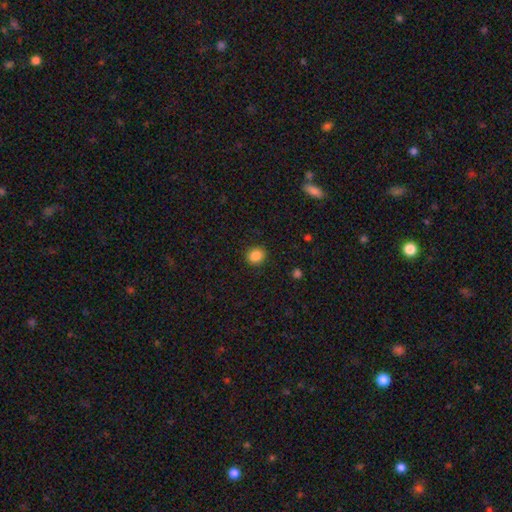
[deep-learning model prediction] A smooth galaxy with no disk features (86%) that is round (79%).

Vote fractions:
- Smooth or featured? smooth: 86% / star or artifact: 10% / featured or disk: 4%
- How rounded? round: 79% / in between: 20% / cigar-shaped: 1%
- Merging? none: 90% / minor disturbance: 7% / major disturbance: 2% / merger: 1%